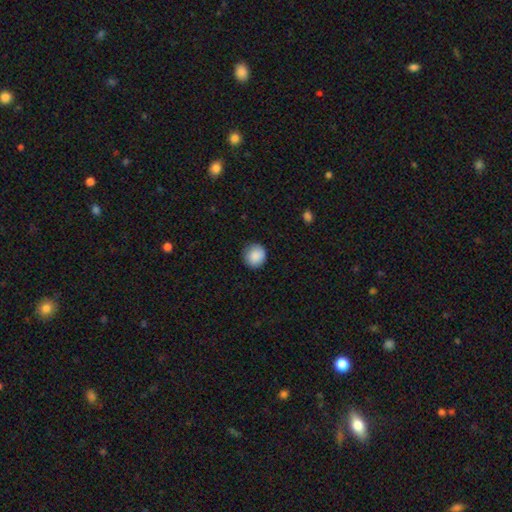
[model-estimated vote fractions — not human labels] A smooth galaxy with no disk features (88%) that is round (93%). Merging: none (87%).